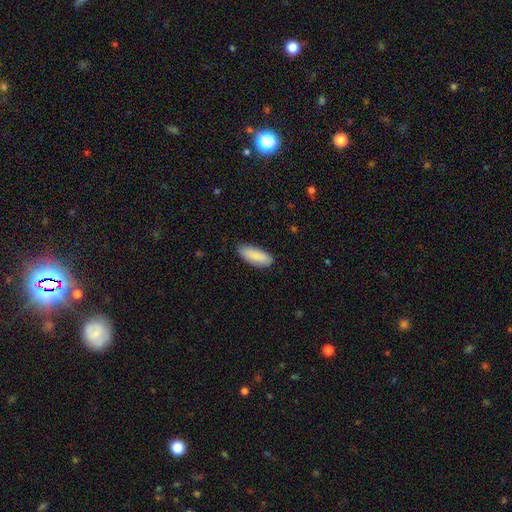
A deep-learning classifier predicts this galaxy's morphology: Smooth or featured? smooth (88%)
How rounded? in between (80%)
Merging? none (84%)